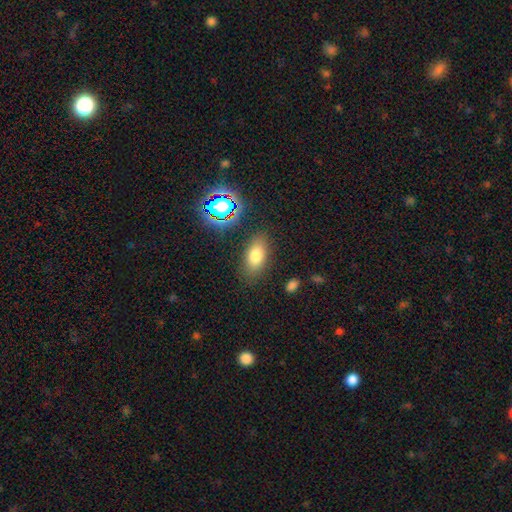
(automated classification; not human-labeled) This appears to be a smooth galaxy with no disk features (76%) that is in between round and cigar-shaped (87%). Merging: none (82%).